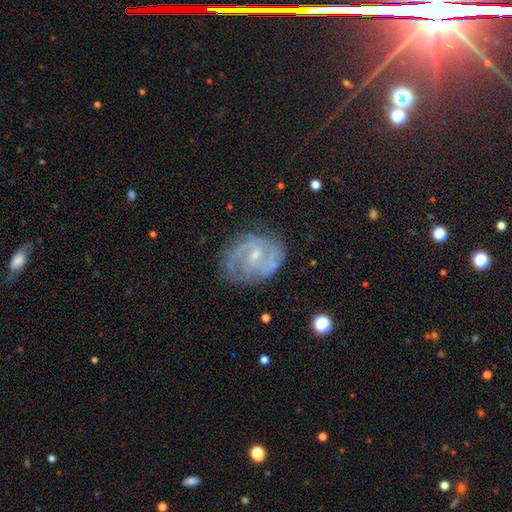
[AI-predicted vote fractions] Q: Smooth or featured?
A: featured or disk (81%); runner-up: smooth (12%)
Q: Edge-on disk?
A: no (97%); runner-up: yes (3%)
Q: Bar?
A: weak (51%); runner-up: no (39%)
Q: Spiral arms?
A: yes (90%); runner-up: no (10%)
Q: Spiral winding?
A: tight (44%); runner-up: medium (42%)
Q: Spiral arm count?
A: 2 (52%); runner-up: can't tell (25%)
Q: Bulge size?
A: small (67%); runner-up: moderate (26%)
Q: Merging?
A: none (67%); runner-up: minor disturbance (21%)